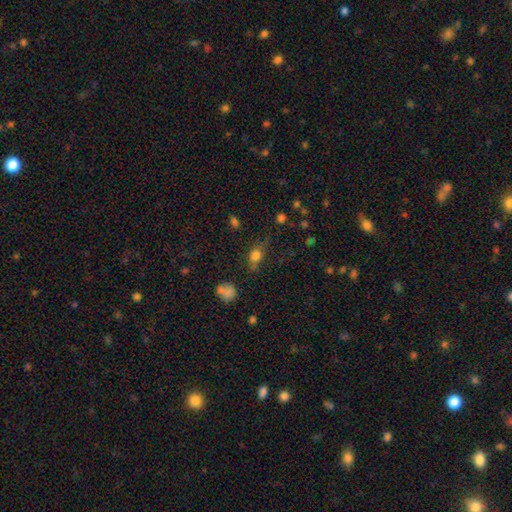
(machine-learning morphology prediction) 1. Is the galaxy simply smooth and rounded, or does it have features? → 76% smooth, 15% star or artifact, 10% featured or disk.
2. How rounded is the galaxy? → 49% in between, 46% round, 4% cigar-shaped.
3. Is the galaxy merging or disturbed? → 62% none, 24% minor disturbance, 9% major disturbance, 5% merger.